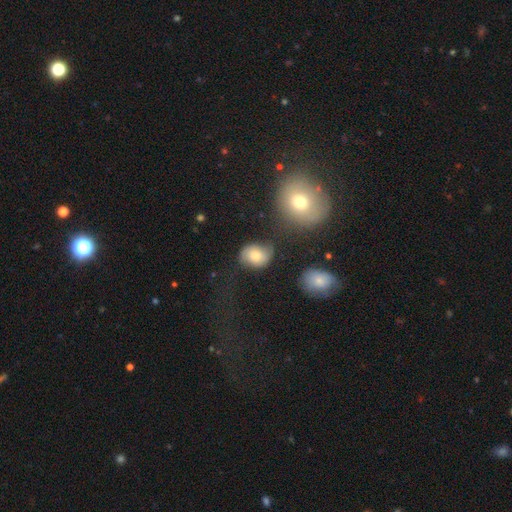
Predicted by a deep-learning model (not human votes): Q: Smooth or featured?
A: smooth (67%); runner-up: featured or disk (23%)
Q: How rounded?
A: in between (50%); runner-up: round (49%)
Q: Merging?
A: none (61%); runner-up: minor disturbance (22%)